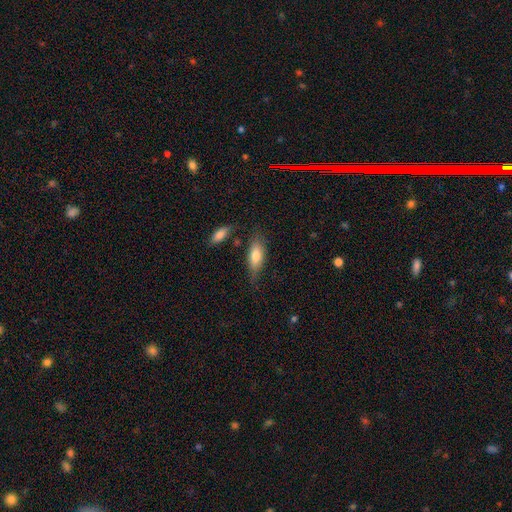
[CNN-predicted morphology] This appears to be a smooth galaxy with no disk features (73%) that is in between round and cigar-shaped (73%). Merging: none (65%).